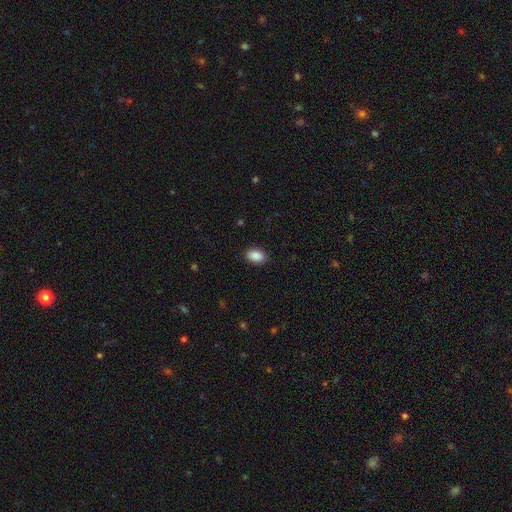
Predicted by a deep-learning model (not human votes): Morphology: type=smooth (90%); roundness=in between (88%); merging=none (89%).